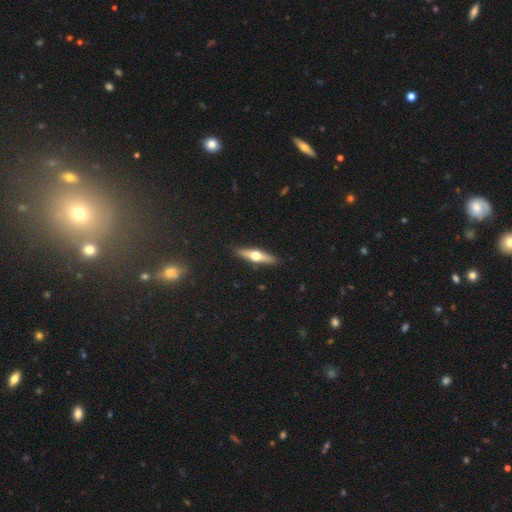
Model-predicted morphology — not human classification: Smooth or featured?
  - featured or disk: 64% *
  - smooth: 30%
  - star or artifact: 6%
Edge-on disk?
  - yes: 95% *
  - no: 5%
Edge-on bulge?
  - rounded: 96% *
  - boxy: 2%
  - none: 2%
Merging?
  - none: 90% *
  - minor disturbance: 7%
  - major disturbance: 2%
  - merger: 1%